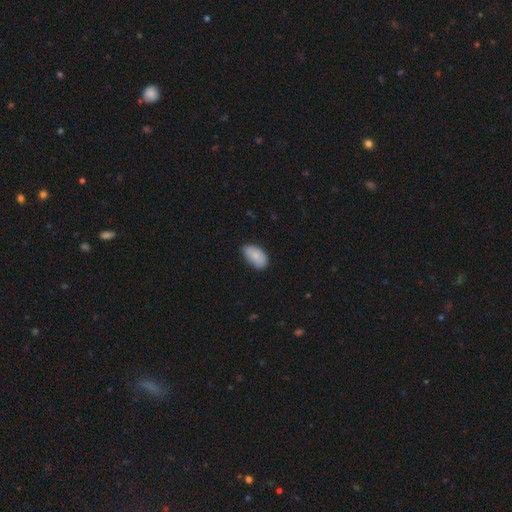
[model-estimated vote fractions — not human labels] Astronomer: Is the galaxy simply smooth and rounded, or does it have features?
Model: smooth — 82%.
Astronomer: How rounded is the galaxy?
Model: in between — 94%.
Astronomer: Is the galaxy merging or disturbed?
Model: none — 69%.